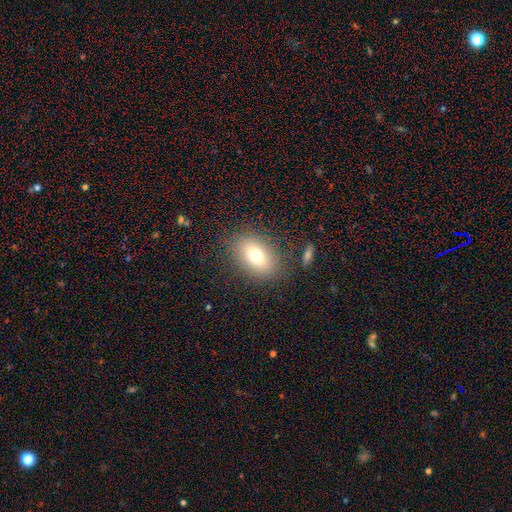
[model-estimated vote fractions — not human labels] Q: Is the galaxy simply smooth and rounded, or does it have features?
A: smooth — 73%.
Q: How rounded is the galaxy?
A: in between — 76%.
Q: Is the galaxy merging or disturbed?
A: none — 82%.